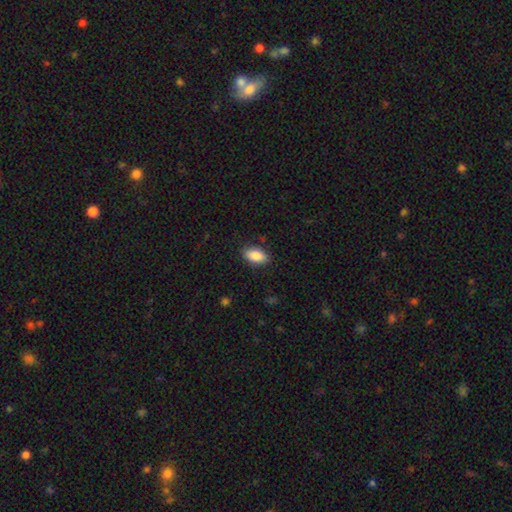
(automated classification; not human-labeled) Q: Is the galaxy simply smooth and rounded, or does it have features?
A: smooth — 88%.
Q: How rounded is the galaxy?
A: in between — 92%.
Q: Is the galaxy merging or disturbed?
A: none — 87%.